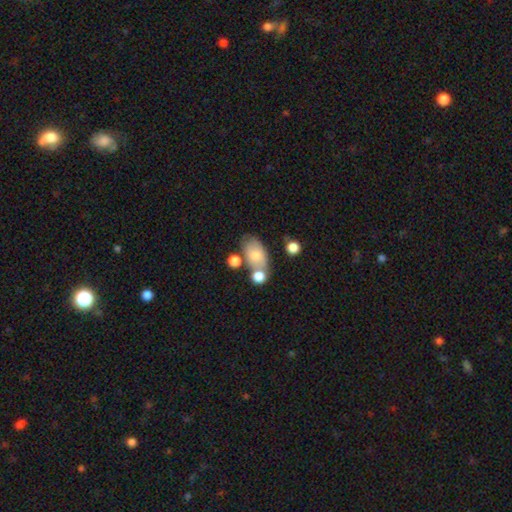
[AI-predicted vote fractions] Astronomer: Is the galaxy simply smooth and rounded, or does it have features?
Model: smooth — 75%.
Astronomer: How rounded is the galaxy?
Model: in between — 88%.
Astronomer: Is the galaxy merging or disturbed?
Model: none — 48% (runner-up: merger, 26%).